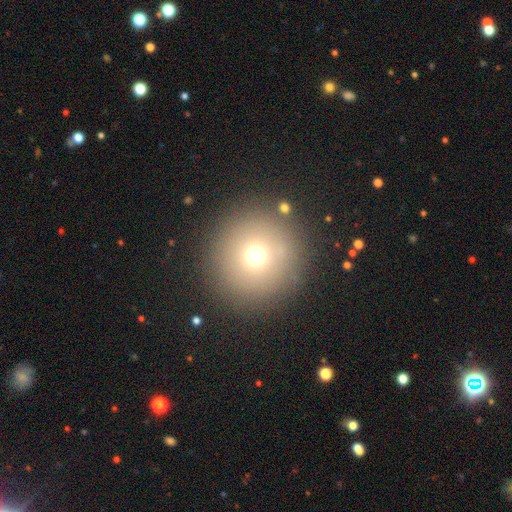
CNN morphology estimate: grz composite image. It shows a smooth galaxy with no disk features (68%) that is round (96%). Merging: none (88%).